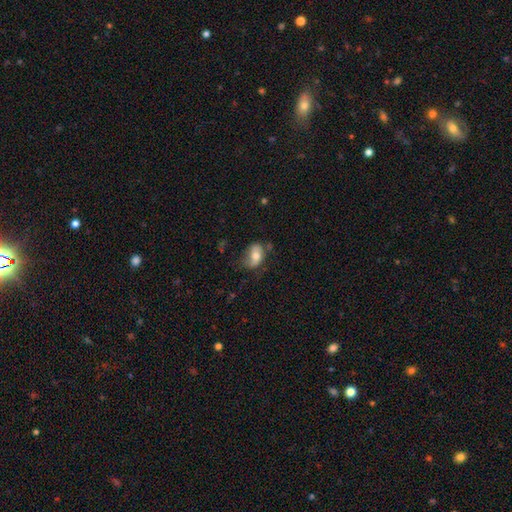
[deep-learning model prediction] This is likely a smooth galaxy (64%). How rounded: clearly in between (85%). Merging: possibly none (48%).